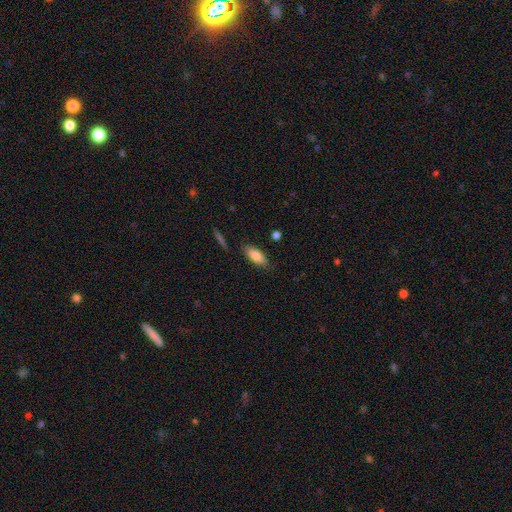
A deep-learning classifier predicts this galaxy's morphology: Smooth or featured? Predicted: smooth (p=0.82). How rounded? Predicted: in between (p=0.77). Merging? Predicted: none (p=0.82).